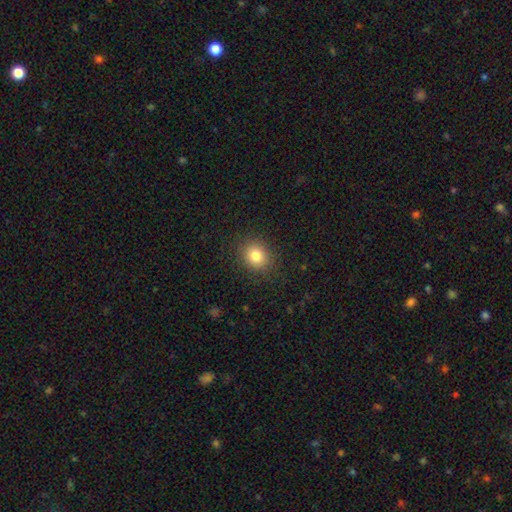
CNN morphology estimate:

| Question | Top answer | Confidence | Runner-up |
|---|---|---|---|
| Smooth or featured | smooth | 80% | star or artifact (12%) |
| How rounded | round | 74% | in between (25%) |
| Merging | none | 89% | minor disturbance (8%) |